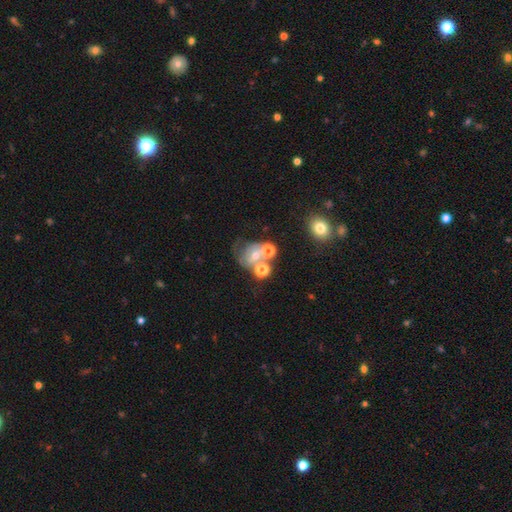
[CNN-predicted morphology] Q: Smooth or featured?
A: smooth (47%); runner-up: featured or disk (34%)
Q: Merging?
A: merger (39%); runner-up: none (31%)